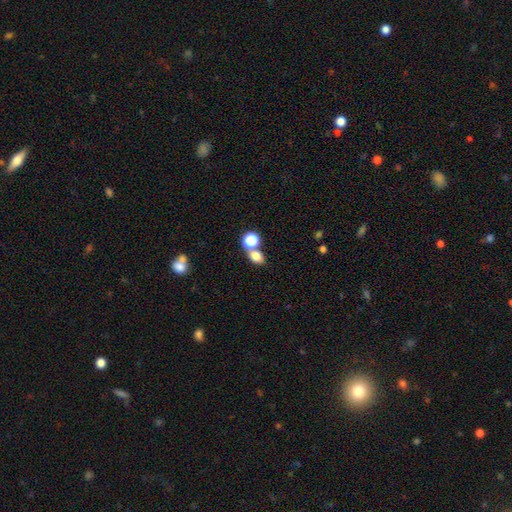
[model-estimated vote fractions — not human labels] smooth 76%, star or artifact 15%, featured or disk 9%. Down the decision tree: how rounded — in between (61%); merging — none (55%).